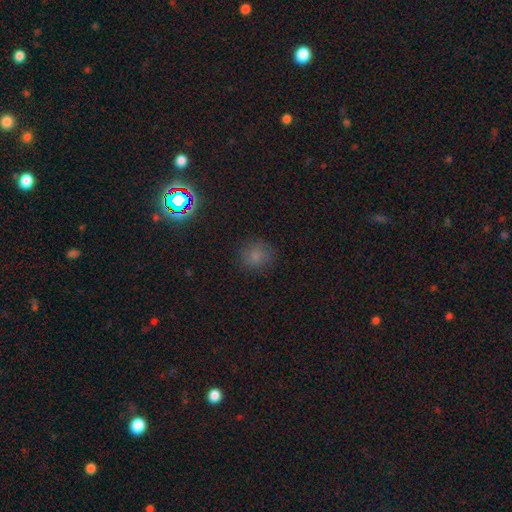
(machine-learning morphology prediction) Smooth or featured?
  - smooth: 72% *
  - star or artifact: 20%
  - featured or disk: 8%
How rounded?
  - round: 85% *
  - in between: 14%
  - cigar-shaped: 1%
Merging?
  - none: 82% *
  - minor disturbance: 13%
  - major disturbance: 4%
  - merger: 1%